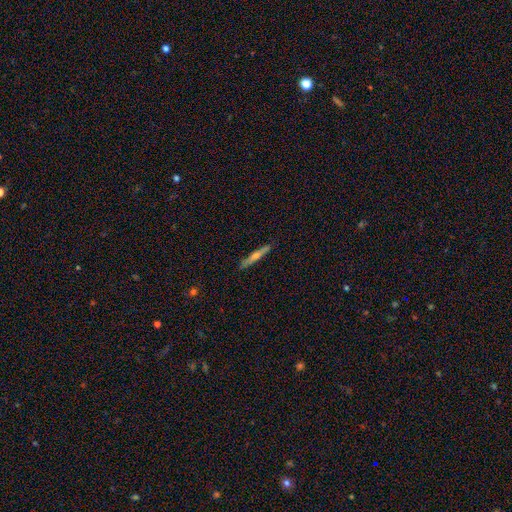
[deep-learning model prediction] Morphology: type=featured or disk (54%); edge-on=yes (96%); edge-on bulge=rounded (80%); merging=none (90%).